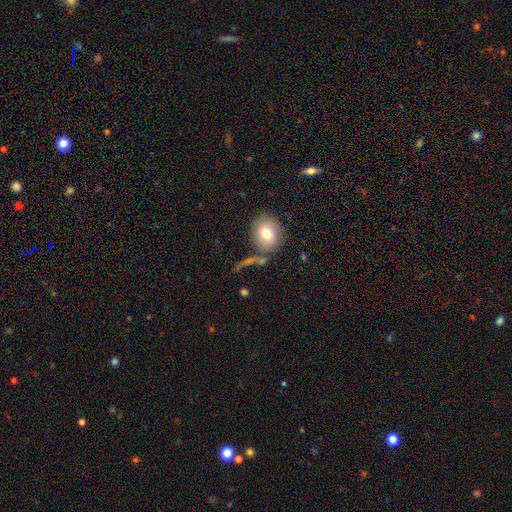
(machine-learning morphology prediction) smooth-or-featured: smooth: 64% | star or artifact: 20% | featured or disk: 17%
  how-rounded: round: 68% | in between: 30% | cigar-shaped: 2%
  merging: none: 65% | minor disturbance: 15% | merger: 12% | major disturbance: 8%